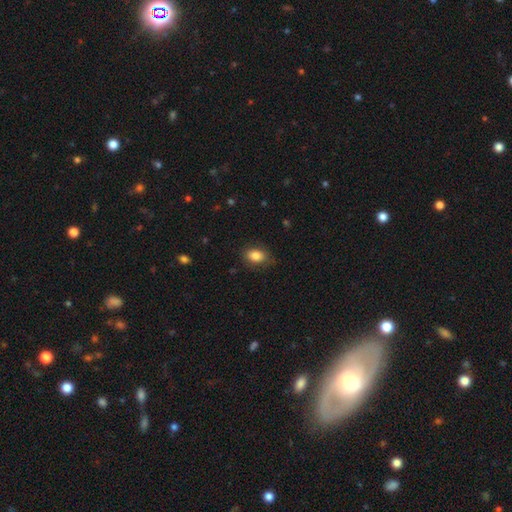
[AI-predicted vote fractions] A smooth galaxy with no disk features (84%) that is in between round and cigar-shaped (79%).

Vote fractions:
- Smooth or featured? smooth: 84% / star or artifact: 8% / featured or disk: 7%
- How rounded? in between: 79% / round: 19% / cigar-shaped: 1%
- Merging? none: 79% / minor disturbance: 16% / major disturbance: 4% / merger: 1%